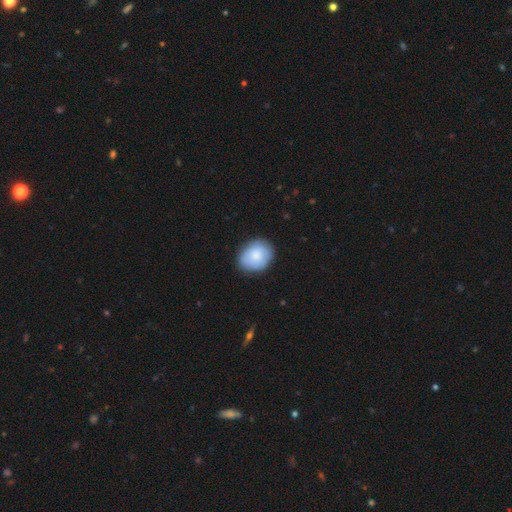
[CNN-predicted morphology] Q: Smooth or featured?
A: smooth (79%); runner-up: featured or disk (15%)
Q: How rounded?
A: in between (52%); runner-up: round (47%)
Q: Merging?
A: none (81%); runner-up: minor disturbance (15%)